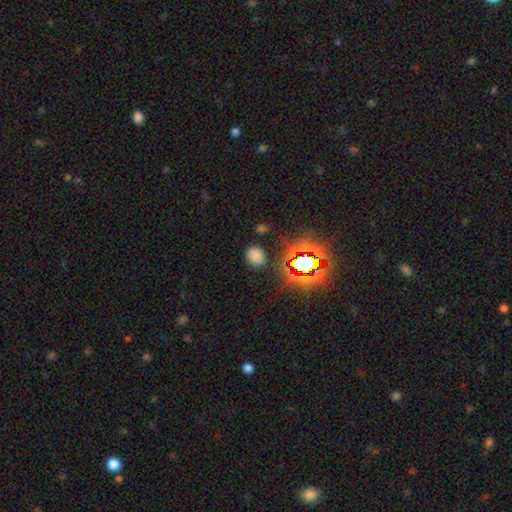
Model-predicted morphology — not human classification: Smooth or featured? smooth (68%)
How rounded? round (60%)
Merging? none (82%)